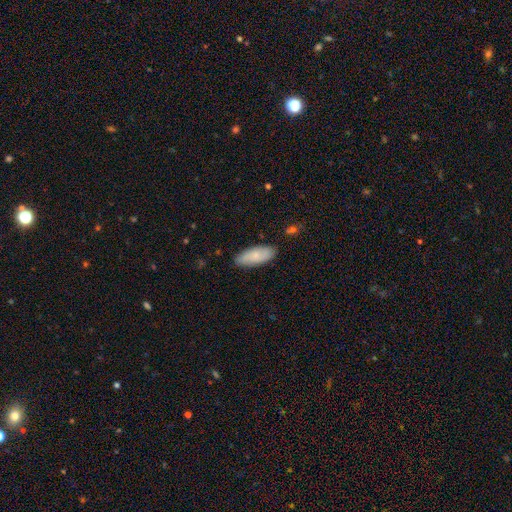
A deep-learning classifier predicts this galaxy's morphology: This is likely a smooth galaxy (78%). How rounded: likely in between (80%). Merging: clearly none (85%).